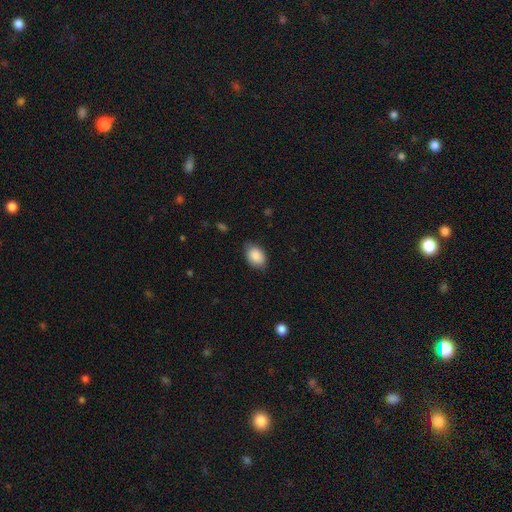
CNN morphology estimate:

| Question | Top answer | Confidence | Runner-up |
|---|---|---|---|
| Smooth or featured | smooth | 87% | star or artifact (7%) |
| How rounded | in between | 82% | round (17%) |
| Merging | none | 77% | minor disturbance (19%) |